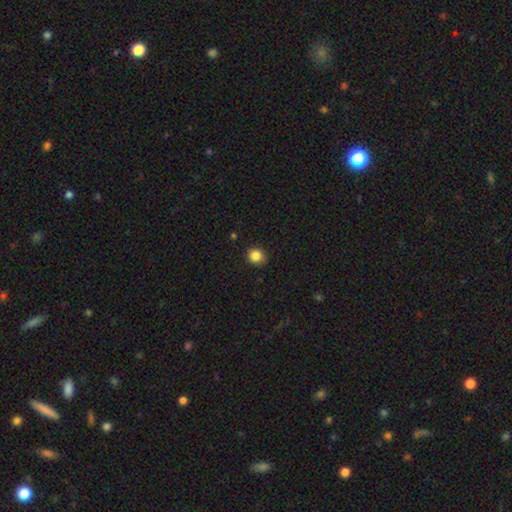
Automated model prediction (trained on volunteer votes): Smooth or featured?
  - smooth: 85% *
  - star or artifact: 11%
  - featured or disk: 4%
How rounded?
  - round: 83% *
  - in between: 16%
  - cigar-shaped: 1%
Merging?
  - none: 87% *
  - minor disturbance: 10%
  - major disturbance: 2%
  - merger: 1%